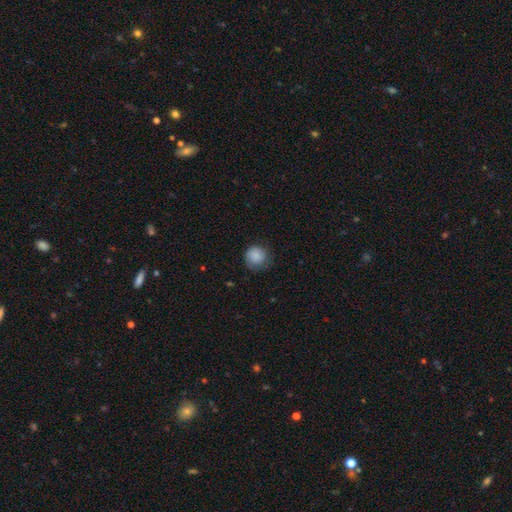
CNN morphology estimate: Overall: smooth (86%). How rounded: round (91%). Merging: none (71%).